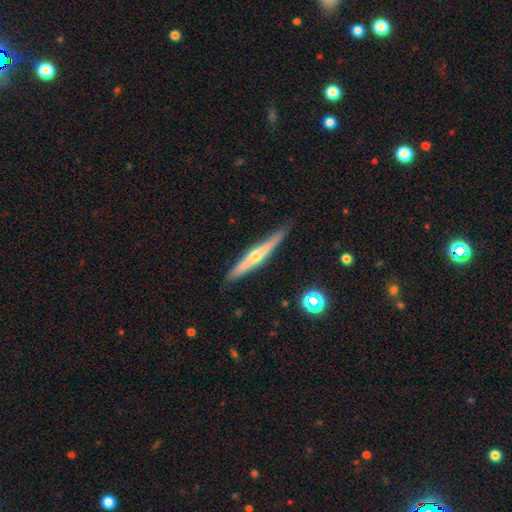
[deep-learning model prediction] A featured or disk galaxy (70%) viewed edge-on (97%) with a rounded central bulge (82%). Merging: none (87%).